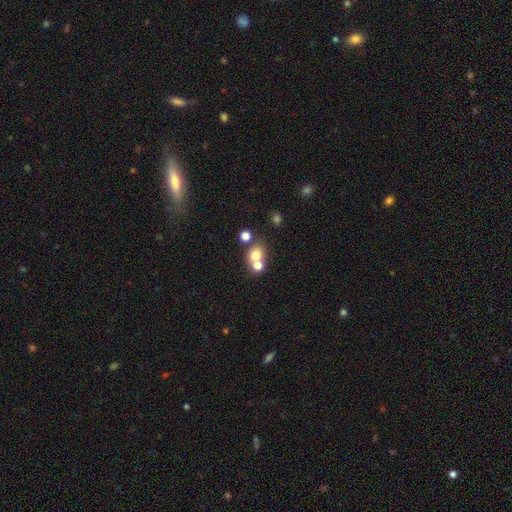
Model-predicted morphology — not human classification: smooth 72%, featured or disk 14%, star or artifact 14%. Down the decision tree: how rounded — round (72%); merging — merger (49%).